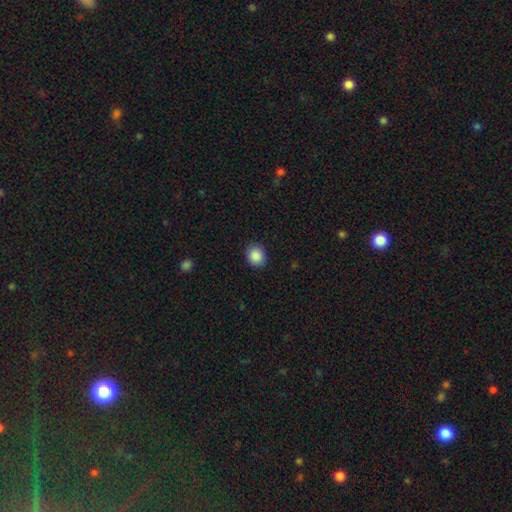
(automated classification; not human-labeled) smooth-or-featured: smooth: 89% | star or artifact: 9% | featured or disk: 3%
  how-rounded: round: 81% | in between: 18% | cigar-shaped: 1%
  merging: none: 88% | minor disturbance: 8% | major disturbance: 2% | merger: 1%